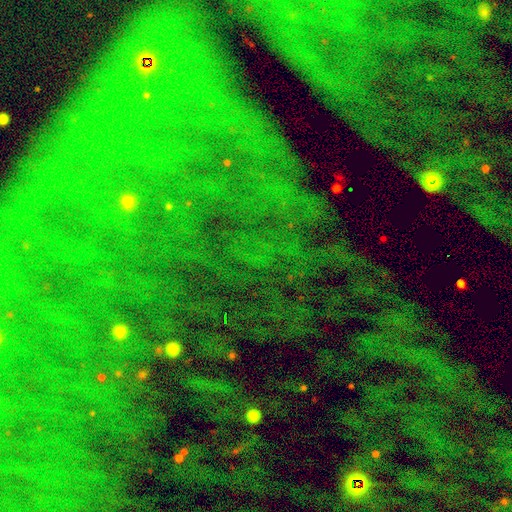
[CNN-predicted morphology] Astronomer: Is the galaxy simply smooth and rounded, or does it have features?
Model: star or artifact — 83%.